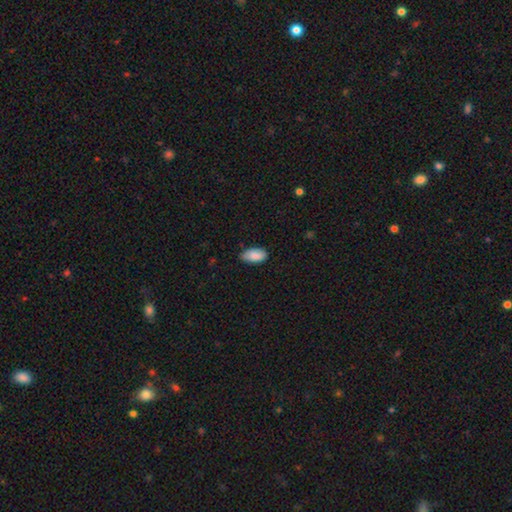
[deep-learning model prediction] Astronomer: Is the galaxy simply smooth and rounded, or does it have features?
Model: smooth — 88%.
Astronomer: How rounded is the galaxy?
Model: in between — 94%.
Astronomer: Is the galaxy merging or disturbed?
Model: none — 75%.